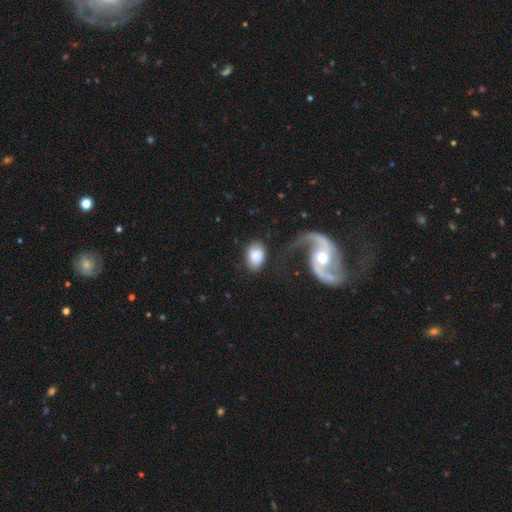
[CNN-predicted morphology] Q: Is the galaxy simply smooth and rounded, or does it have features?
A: smooth — 73%.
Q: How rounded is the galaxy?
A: in between — 78%.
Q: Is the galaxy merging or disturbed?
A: none — 61%.